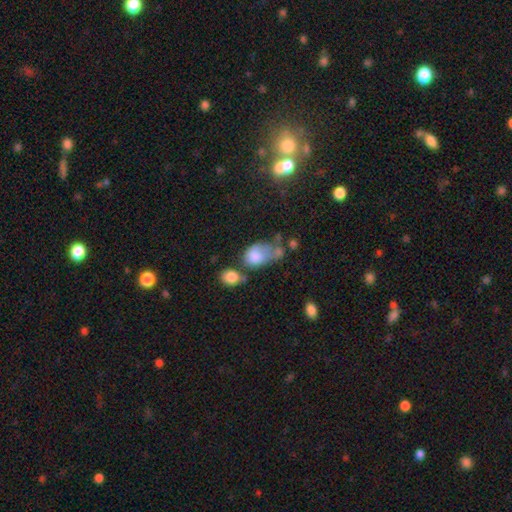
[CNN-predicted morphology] Smooth or featured: smooth — 70% (featured or disk — 20%)
How rounded: in between — 76% (round — 22%)
Merging: merger — 35% (major disturbance — 29%)